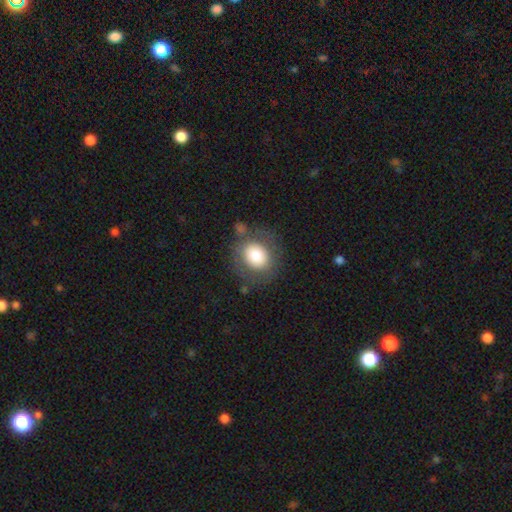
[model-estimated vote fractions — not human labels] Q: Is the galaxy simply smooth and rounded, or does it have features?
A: smooth — 76%.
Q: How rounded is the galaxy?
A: round — 71%.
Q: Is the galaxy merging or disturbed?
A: none — 72%.